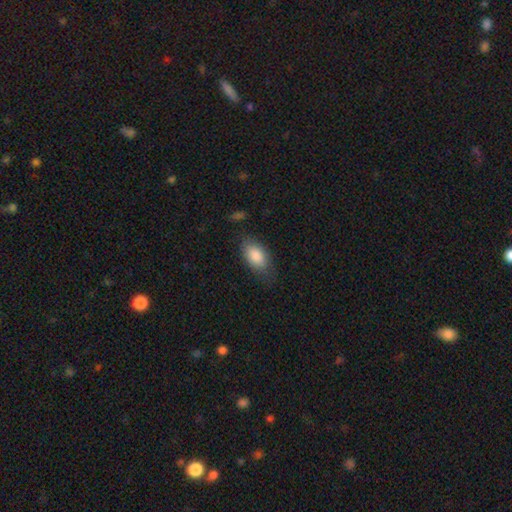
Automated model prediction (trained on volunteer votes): Q: Smooth or featured?
A: smooth (86%); runner-up: featured or disk (8%)
Q: How rounded?
A: in between (92%); runner-up: round (5%)
Q: Merging?
A: none (73%); runner-up: minor disturbance (20%)